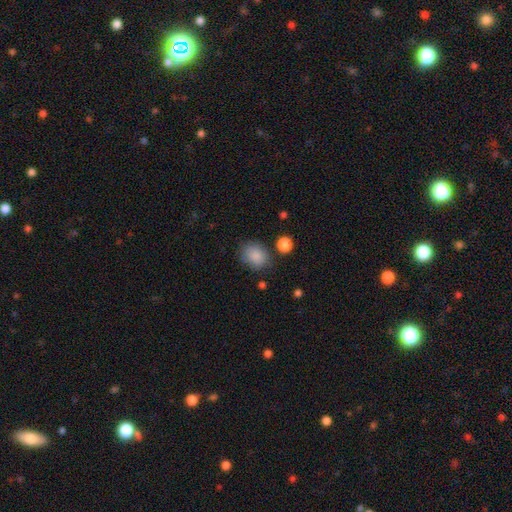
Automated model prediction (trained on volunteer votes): Smooth or featured? Predicted: smooth (p=0.86). How rounded? Predicted: round (p=0.55). Merging? Predicted: none (p=0.75).